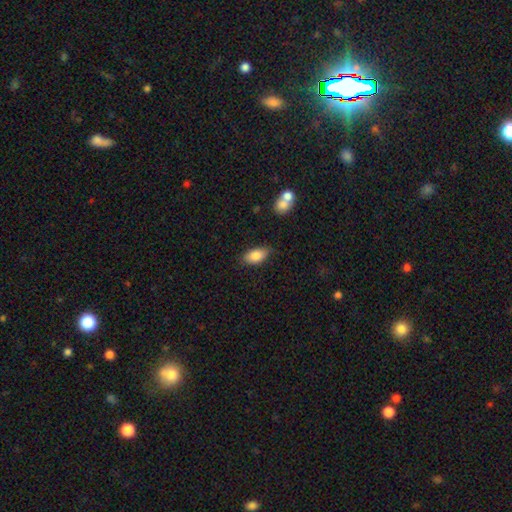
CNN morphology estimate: This appears to be a smooth galaxy with no disk features (84%) that is in between round and cigar-shaped (92%). Merging: none (78%).